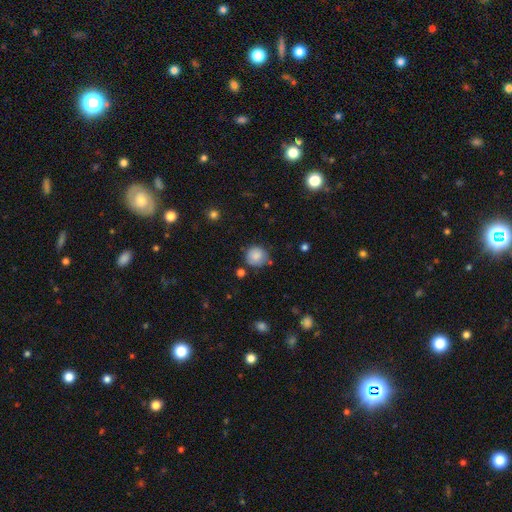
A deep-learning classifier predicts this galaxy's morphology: smooth_or_featured: smooth (p=0.84) [alt: star or artifact p=0.09]
how_rounded: round (p=0.91) [alt: in between p=0.08]
merging: none (p=0.75) [alt: minor disturbance p=0.17]